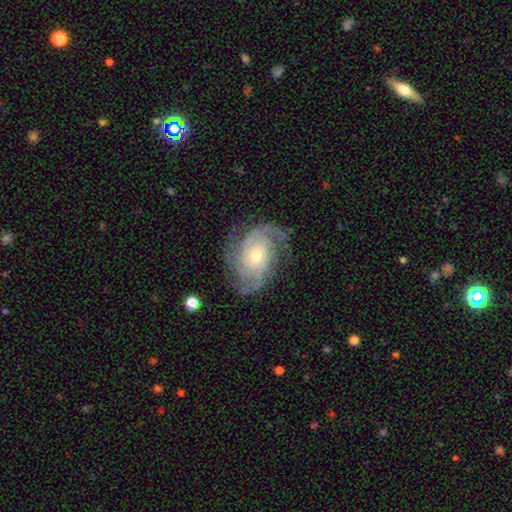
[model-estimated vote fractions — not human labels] featured or disk 91%, star or artifact 4%, smooth 4%. Down the decision tree: edge-on disk — no (98%); bar — no (64%); spiral arms — yes (98%); spiral arm count — 3 (38%); spiral winding — tight (61%); bulge size — moderate (49%); merging — none (77%).